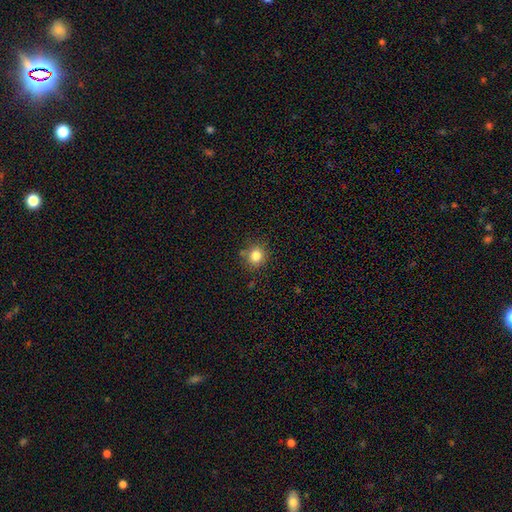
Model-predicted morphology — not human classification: Overall: smooth (83%). How rounded: round (86%). Merging: none (79%).